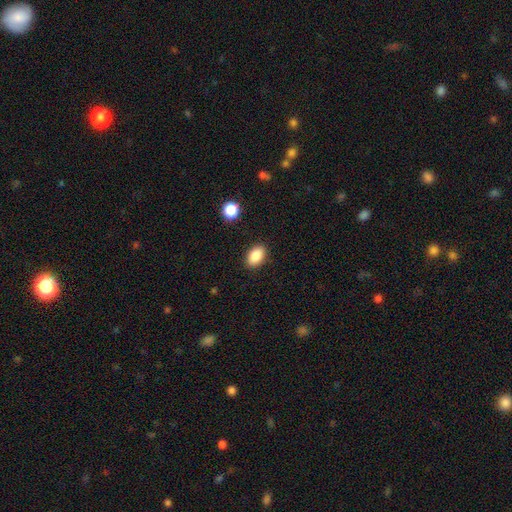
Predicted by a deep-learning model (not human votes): smooth_or_featured: smooth (p=0.87) [alt: star or artifact p=0.08]
how_rounded: in between (p=0.89) [alt: round p=0.09]
merging: none (p=0.88) [alt: minor disturbance p=0.08]